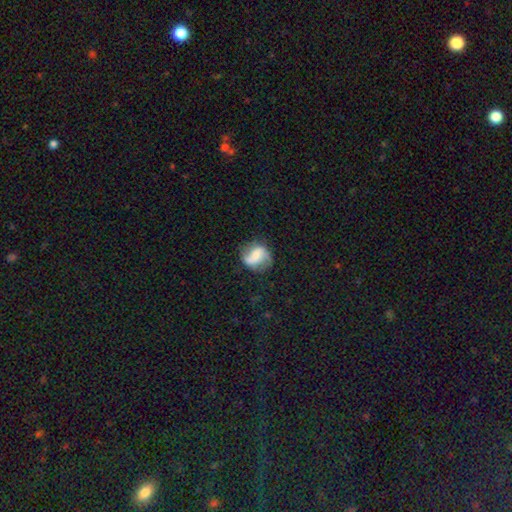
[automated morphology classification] The model was most divided on "bulge size": small: 43%, moderate: 37%, none: 11%, large: 7%, dominant: 2%. Remaining: edge-on disk — no (97%); spiral arms — yes (89%); spiral arm count — 2 (88%); merging — none (72%); smooth or featured — featured or disk (65%); spiral winding — loose (55%); bar — weak (39%).